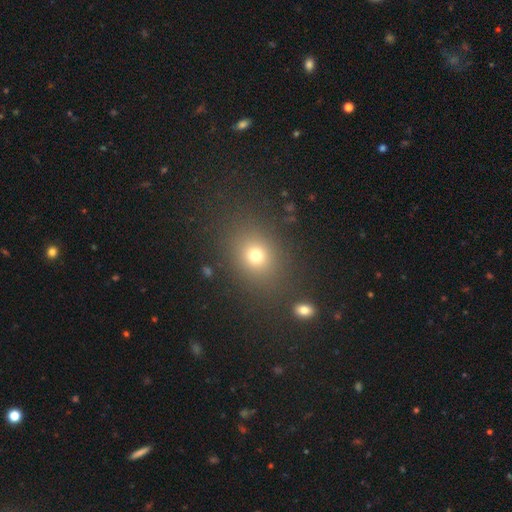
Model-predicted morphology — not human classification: Q: Smooth or featured?
A: smooth (72%); runner-up: star or artifact (19%)
Q: How rounded?
A: round (59%); runner-up: in between (40%)
Q: Merging?
A: none (82%); runner-up: minor disturbance (9%)